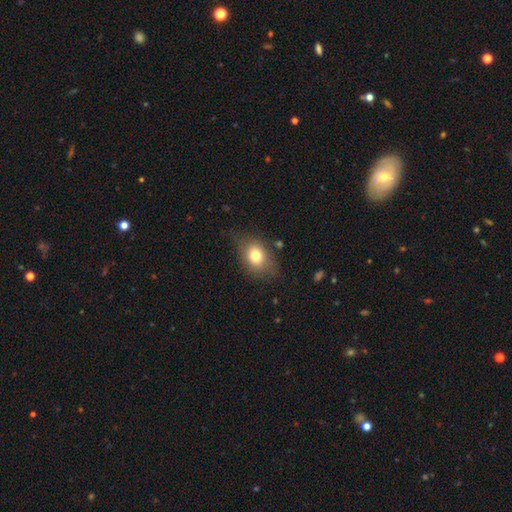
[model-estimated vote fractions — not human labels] smooth_or_featured: smooth (p=0.76) [alt: featured or disk p=0.14]
how_rounded: in between (p=0.68) [alt: round p=0.31]
merging: none (p=0.70) [alt: minor disturbance p=0.21]